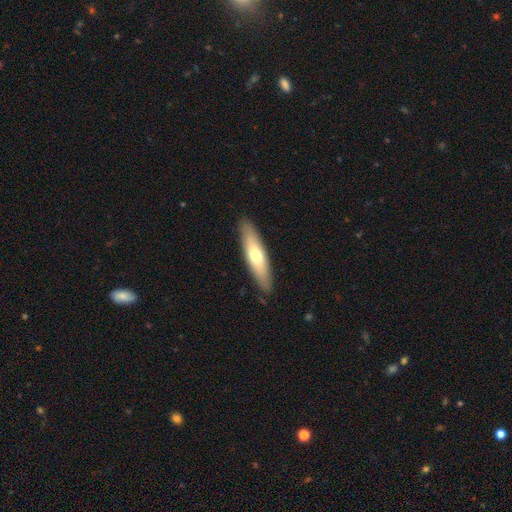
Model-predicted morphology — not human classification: Q: Smooth or featured?
A: smooth (61%); runner-up: featured or disk (34%)
Q: How rounded?
A: cigar-shaped (70%); runner-up: in between (28%)
Q: Merging?
A: none (88%); runner-up: minor disturbance (9%)